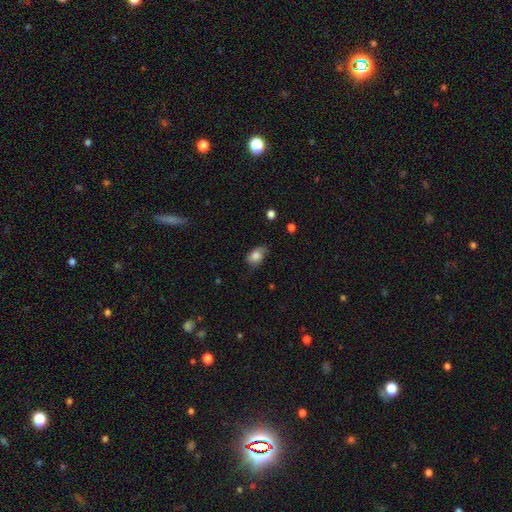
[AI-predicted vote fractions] Smooth or featured? Predicted: smooth (p=0.82). How rounded? Predicted: in between (p=0.81). Merging? Predicted: none (p=0.59).